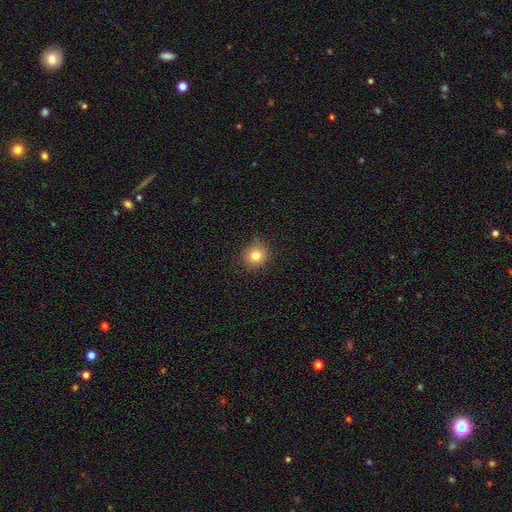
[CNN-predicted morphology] Smooth or featured? Predicted: smooth (p=0.80). How rounded? Predicted: round (p=0.86). Merging? Predicted: none (p=0.85).